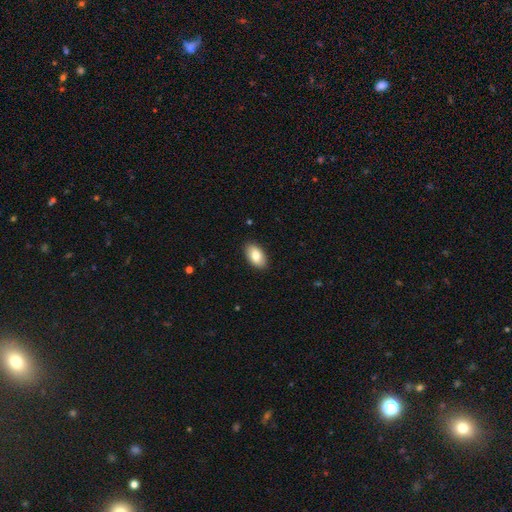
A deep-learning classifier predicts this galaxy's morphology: Q: Smooth or featured?
A: smooth (81%); runner-up: featured or disk (13%)
Q: How rounded?
A: in between (94%); runner-up: round (4%)
Q: Merging?
A: none (89%); runner-up: minor disturbance (8%)